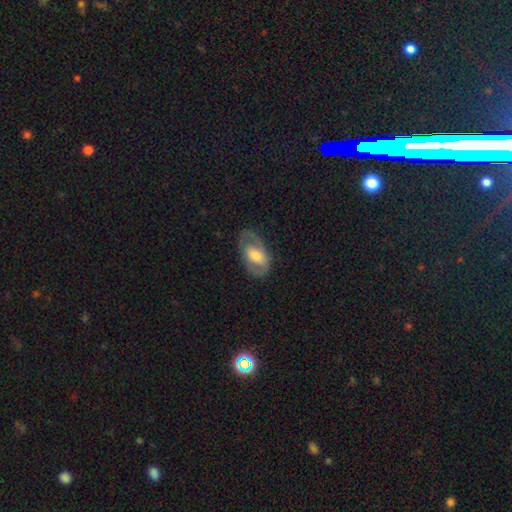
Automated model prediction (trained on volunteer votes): Smooth or featured? featured or disk (57%)
Edge-on disk? no (93%)
Bar? no (45%)
Spiral arms? yes (62%)
Bulge size? moderate (55%)
Merging? none (68%)